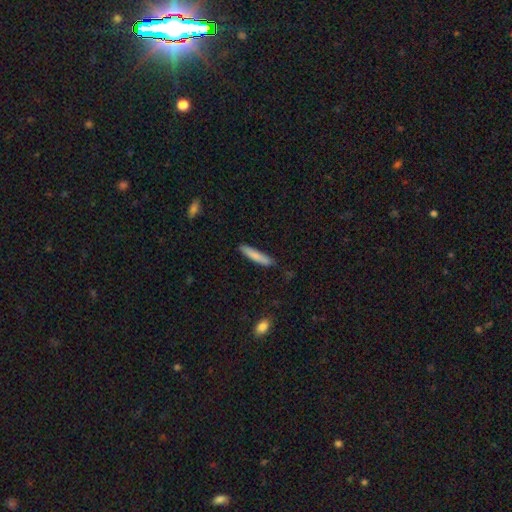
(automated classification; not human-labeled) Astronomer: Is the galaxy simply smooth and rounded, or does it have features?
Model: smooth — 80%.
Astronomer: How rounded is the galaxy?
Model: cigar-shaped — 90%.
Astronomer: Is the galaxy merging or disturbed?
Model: none — 84%.